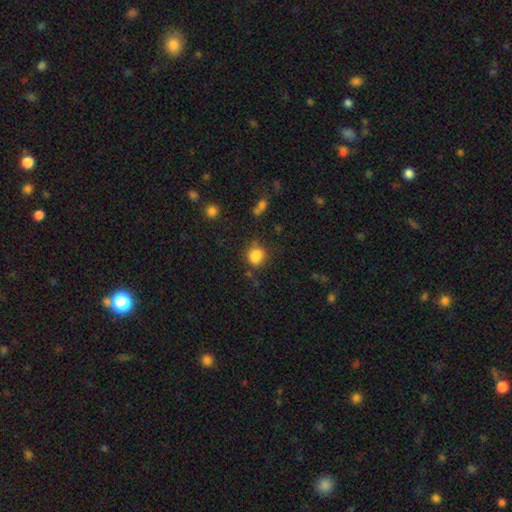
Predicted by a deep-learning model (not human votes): Smooth or featured?
  - smooth: 83% *
  - star or artifact: 11%
  - featured or disk: 6%
How rounded?
  - round: 69% *
  - in between: 30%
  - cigar-shaped: 1%
Merging?
  - none: 63% *
  - minor disturbance: 22%
  - major disturbance: 8%
  - merger: 8%